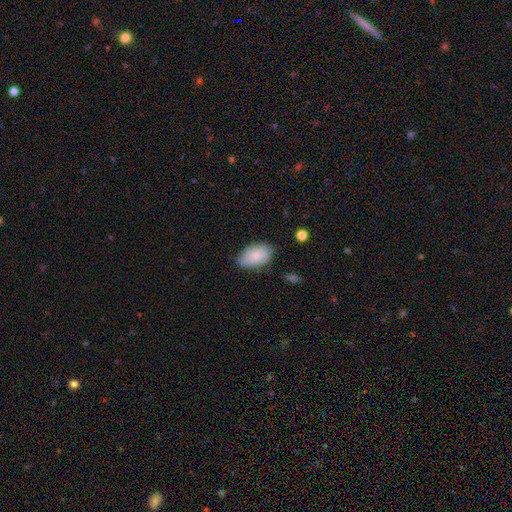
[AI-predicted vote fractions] Smooth or featured: smooth — 66% (featured or disk — 27%)
How rounded: in between — 92% (round — 7%)
Merging: none — 69% (minor disturbance — 24%)